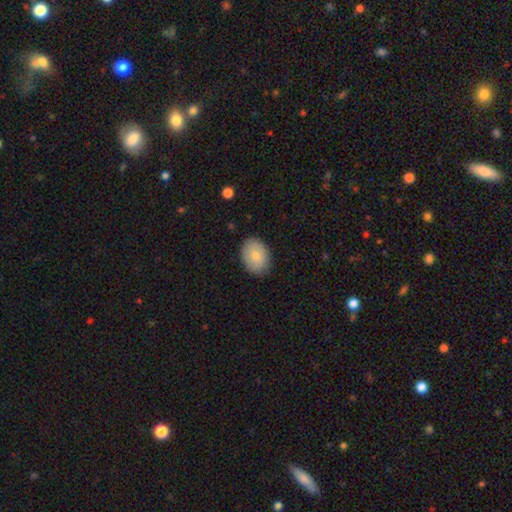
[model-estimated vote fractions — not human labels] Smooth or featured: smooth — 79% (featured or disk — 14%)
How rounded: in between — 74% (round — 25%)
Merging: none — 86% (minor disturbance — 11%)